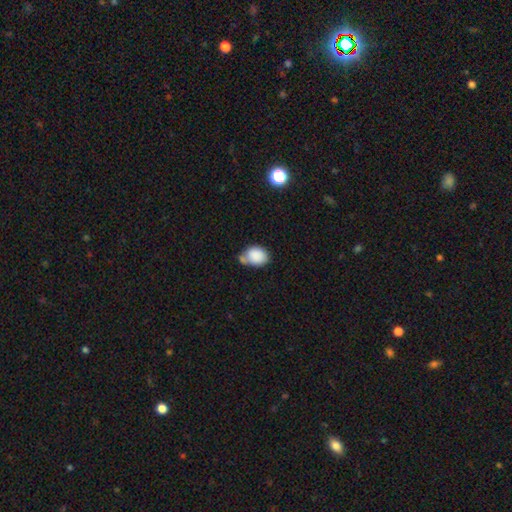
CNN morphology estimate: Smooth or featured: smooth — 86% (star or artifact — 8%)
How rounded: in between — 62% (round — 37%)
Merging: none — 43% (minor disturbance — 28%)